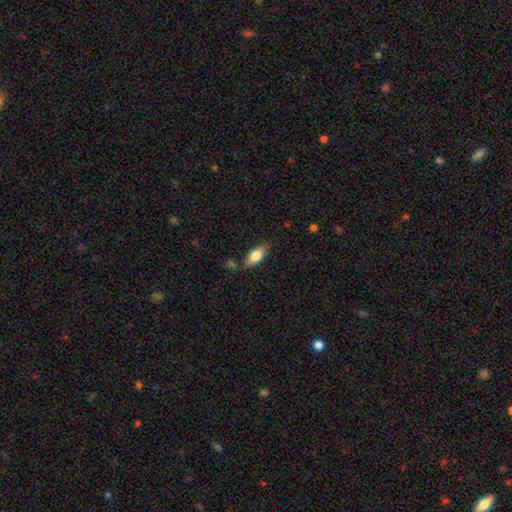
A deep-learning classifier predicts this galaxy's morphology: This appears to be a smooth galaxy with no disk features (68%) that is in between round and cigar-shaped (78%). Merging: none (68%).